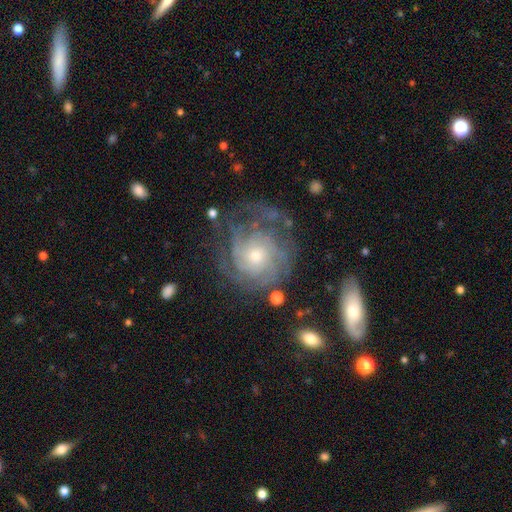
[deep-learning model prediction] A featured or disk galaxy (81%) with no bar (79%), tight (71%) spiral arms (93%) and a small central bulge (57%).

Vote fractions:
- Smooth or featured? featured or disk: 81% / smooth: 11% / star or artifact: 7%
- Edge-on disk? no: 97% / yes: 3%
- Bar? no: 79% / weak: 17% / strong: 3%
- Spiral arms? yes: 93% / no: 7%
- Spiral winding? tight: 71% / medium: 23% / loose: 6%
- Spiral arm count? can't tell: 41% / 4: 19% / 3: 16% / 2: 10% / more than 4: 9% / 1: 6%
- Bulge size? small: 57% / moderate: 38% / large: 3% / none: 1% / dominant: 1%
- Merging? none: 65% / minor disturbance: 19% / major disturbance: 13% / merger: 3%